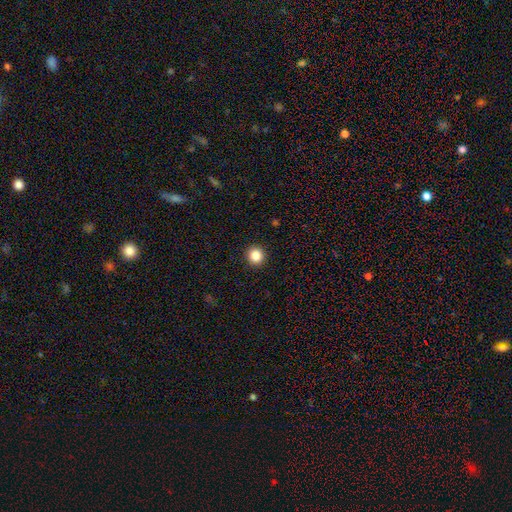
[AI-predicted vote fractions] Smooth or featured: smooth — 85% (star or artifact — 11%)
How rounded: round — 93% (in between — 6%)
Merging: none — 93% (minor disturbance — 4%)